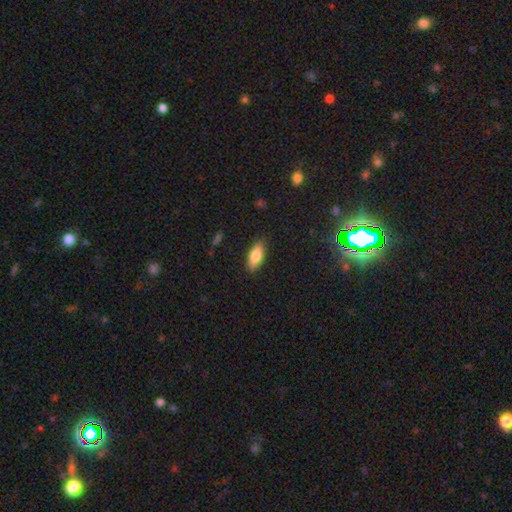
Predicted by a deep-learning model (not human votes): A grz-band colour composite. It shows a smooth galaxy with no disk features (81%) that is in between round and cigar-shaped (83%). Merging: none (86%).